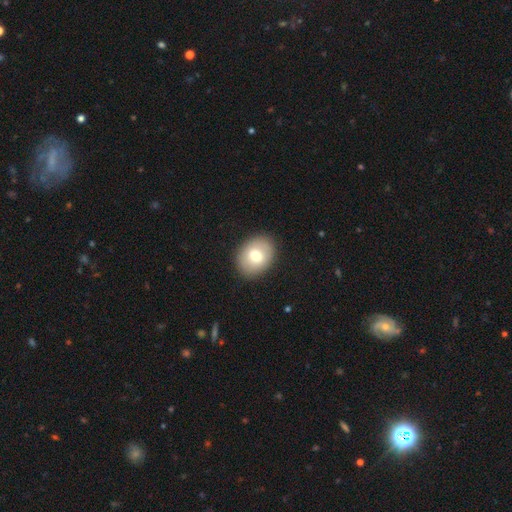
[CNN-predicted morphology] The model was most divided on "how rounded": in between: 55%, round: 44%, cigar-shaped: 1%. More confident: merging — none (89%); smooth or featured — smooth (73%).